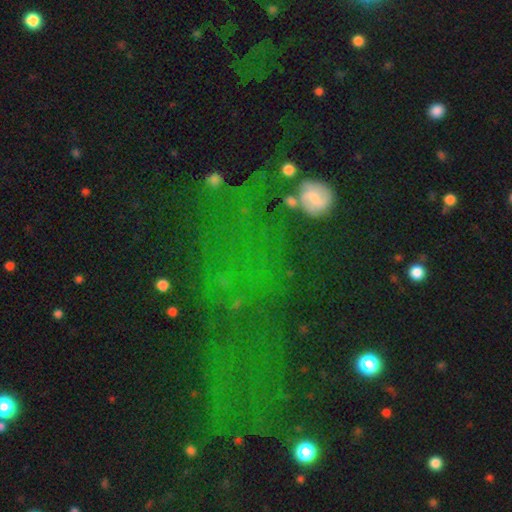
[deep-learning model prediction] smooth_or_featured: star or artifact (p=0.50) [alt: smooth p=0.31]